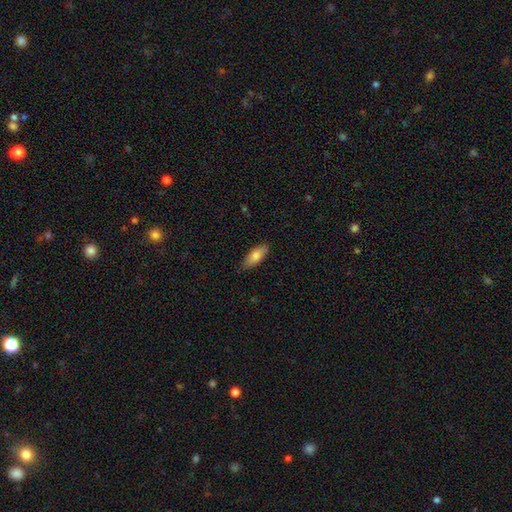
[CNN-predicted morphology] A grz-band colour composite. It shows a smooth galaxy with no disk features (78%) that is in between round and cigar-shaped (78%). Merging: none (84%).